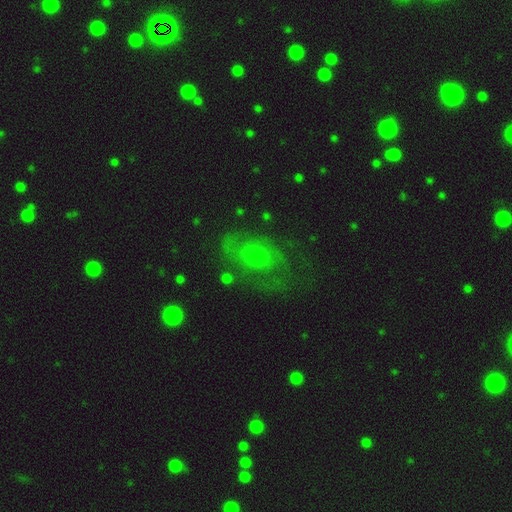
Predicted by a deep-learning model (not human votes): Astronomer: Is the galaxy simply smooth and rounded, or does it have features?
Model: featured or disk — 56%.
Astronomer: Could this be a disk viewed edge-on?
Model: no — 95%.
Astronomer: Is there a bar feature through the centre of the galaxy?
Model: no — 74%.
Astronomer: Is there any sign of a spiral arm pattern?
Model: yes — 70%.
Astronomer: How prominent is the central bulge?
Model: moderate — 42% (runner-up: small, 38%).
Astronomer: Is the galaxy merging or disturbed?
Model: none — 61%.